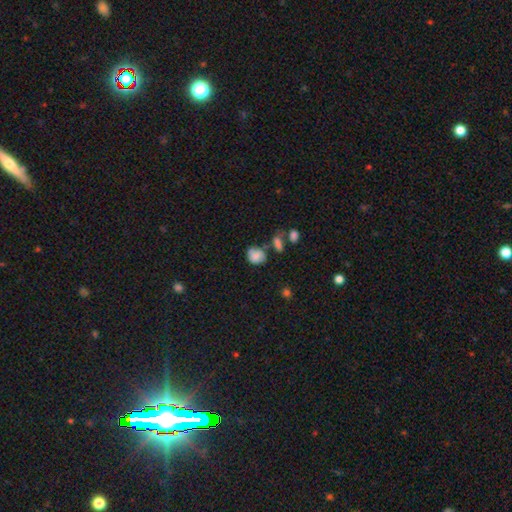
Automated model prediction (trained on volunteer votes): smooth_or_featured: smooth (p=0.70) [alt: featured or disk p=0.20]
how_rounded: round (p=0.55) [alt: in between p=0.43]
merging: none (p=0.47) [alt: minor disturbance p=0.26]